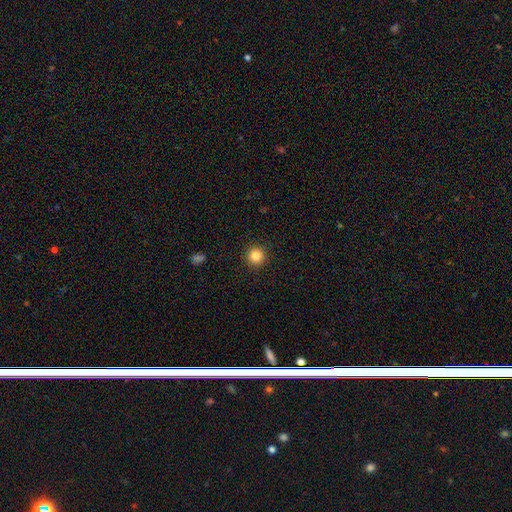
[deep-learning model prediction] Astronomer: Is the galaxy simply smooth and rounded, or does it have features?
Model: smooth — 84%.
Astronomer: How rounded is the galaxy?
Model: round — 95%.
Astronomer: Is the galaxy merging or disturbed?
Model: none — 93%.